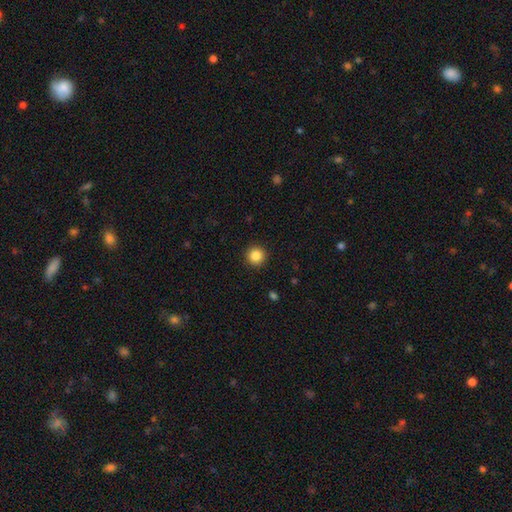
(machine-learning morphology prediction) This appears to be a smooth galaxy with no disk features (85%) that is round (95%). Merging: none (92%).